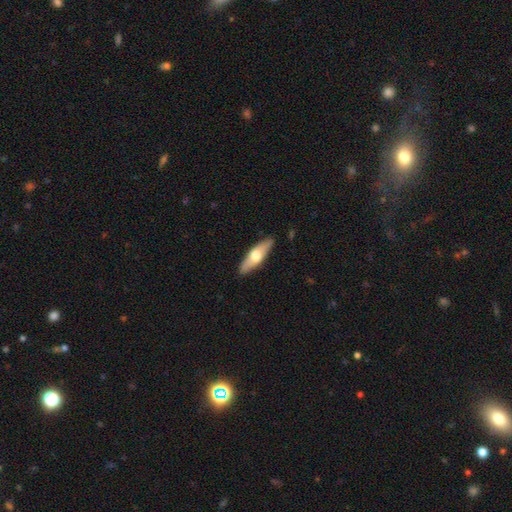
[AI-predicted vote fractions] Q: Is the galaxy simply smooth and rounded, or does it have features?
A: smooth — 53%.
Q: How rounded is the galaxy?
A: cigar-shaped — 52%.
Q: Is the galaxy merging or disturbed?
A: none — 88%.